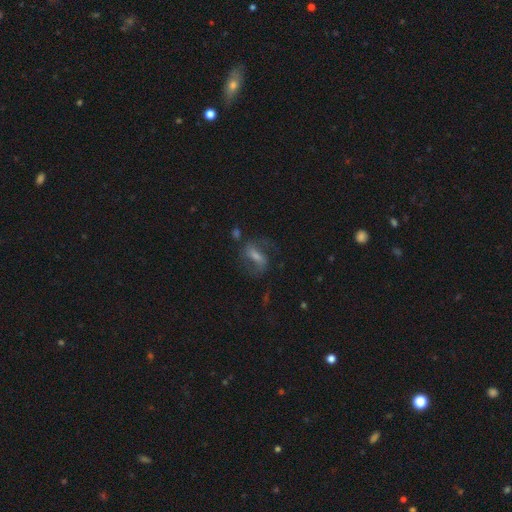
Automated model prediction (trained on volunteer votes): smooth_or_featured: featured or disk (p=0.66) [alt: smooth p=0.20]
disk_edge_on: no (p=0.93) [alt: yes p=0.07]
bar: strong (p=0.42) [alt: weak p=0.40]
has_spiral_arms: yes (p=0.87) [alt: no p=0.13]
spiral_winding: medium (p=0.47) [alt: loose p=0.37]
spiral_arm_count: 2 (p=0.84) [alt: can't tell p=0.08]
bulge_size: small (p=0.38) [alt: moderate p=0.36]
merging: none (p=0.65) [alt: minor disturbance p=0.17]